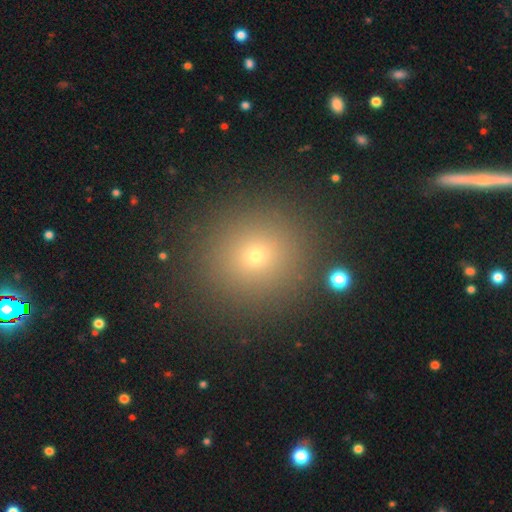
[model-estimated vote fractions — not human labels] The model was most divided on "smooth or featured": smooth: 65%, star or artifact: 27%, featured or disk: 9%. More confident: how rounded — round (93%); merging — none (91%).